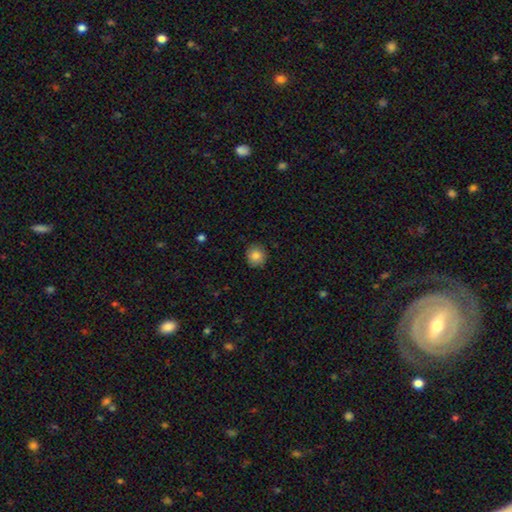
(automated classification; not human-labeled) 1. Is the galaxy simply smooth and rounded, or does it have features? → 84% smooth, 9% star or artifact, 7% featured or disk.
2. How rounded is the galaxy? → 88% round, 11% in between, 1% cigar-shaped.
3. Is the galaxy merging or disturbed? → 88% none, 9% minor disturbance, 2% major disturbance, 1% merger.